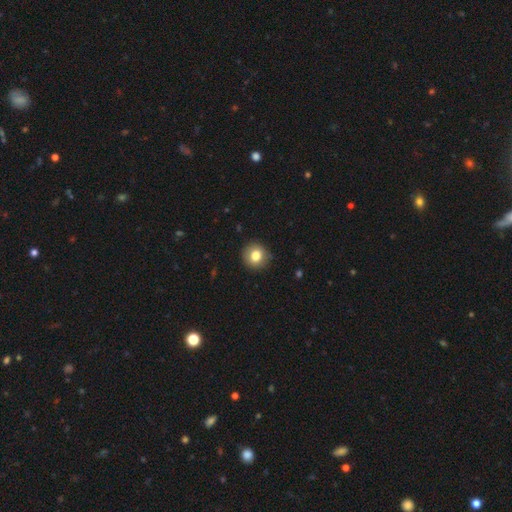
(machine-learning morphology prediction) The model was most divided on "smooth or featured": smooth: 81%, star or artifact: 9%, featured or disk: 9%. More confident: how rounded — round (91%); merging — none (91%).